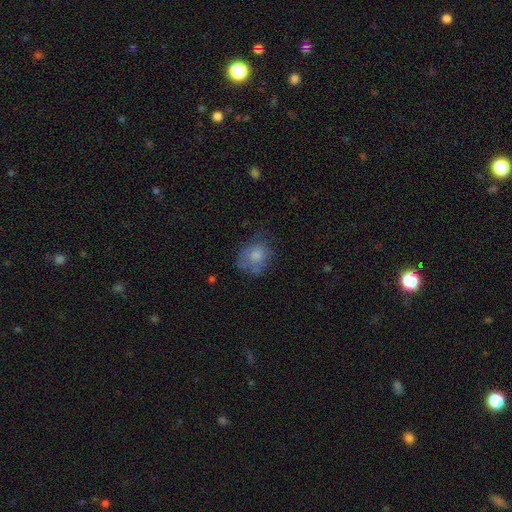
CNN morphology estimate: Smooth or featured? smooth (72%)
How rounded? round (62%)
Merging? none (52%)